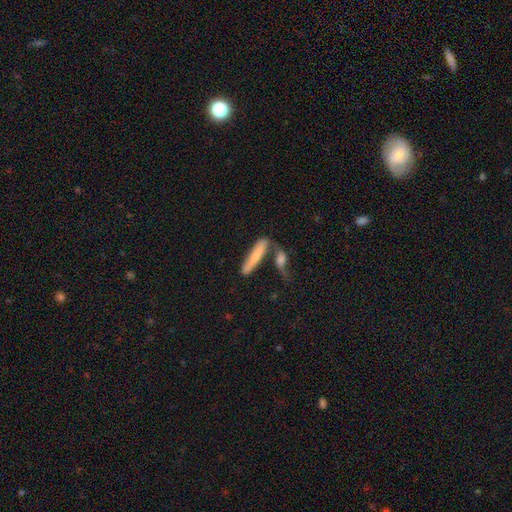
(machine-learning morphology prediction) Overall: smooth (69%). How rounded: cigar-shaped (86%). Merging: none (52%; merger 29%).